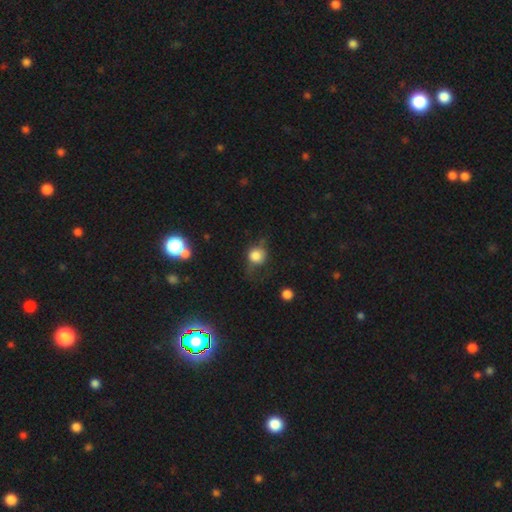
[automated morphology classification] Q: Smooth or featured?
A: smooth (75%); runner-up: featured or disk (13%)
Q: How rounded?
A: round (83%); runner-up: in between (15%)
Q: Merging?
A: none (51%); runner-up: minor disturbance (27%)